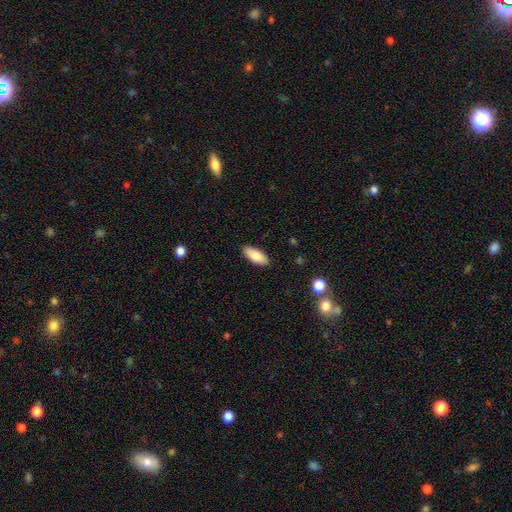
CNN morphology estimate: This appears to be a smooth galaxy with no disk features (84%) that is in between round and cigar-shaped (86%). Merging: none (88%).